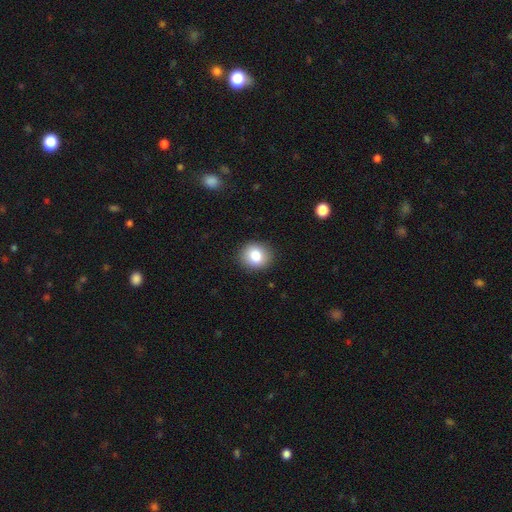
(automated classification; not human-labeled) Morphology: type=smooth (82%); roundness=round (75%); merging=none (90%).